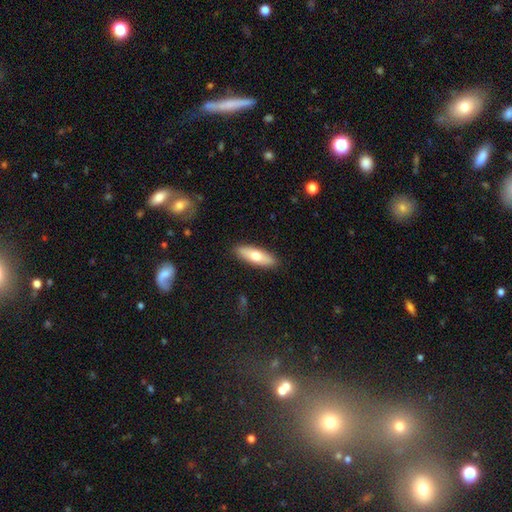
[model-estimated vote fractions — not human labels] Smooth or featured?
  - smooth: 66% *
  - featured or disk: 29%
  - star or artifact: 5%
How rounded?
  - in between: 53% *
  - cigar-shaped: 45%
  - round: 2%
Merging?
  - none: 89% *
  - minor disturbance: 9%
  - major disturbance: 2%
  - merger: 1%